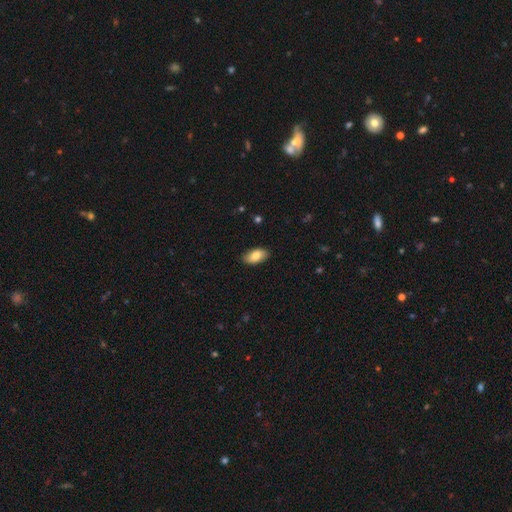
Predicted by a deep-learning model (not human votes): Smooth or featured?
  - smooth: 82% *
  - featured or disk: 11%
  - star or artifact: 7%
How rounded?
  - in between: 93% *
  - cigar-shaped: 3%
  - round: 3%
Merging?
  - none: 87% *
  - minor disturbance: 10%
  - major disturbance: 2%
  - merger: 1%